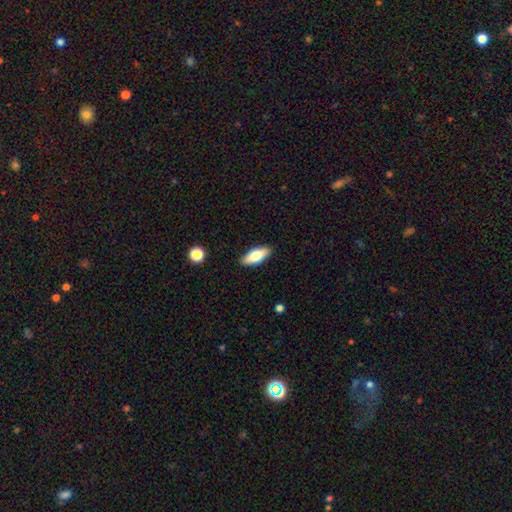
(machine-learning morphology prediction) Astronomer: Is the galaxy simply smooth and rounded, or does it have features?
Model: smooth — 69%.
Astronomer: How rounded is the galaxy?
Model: in between — 77%.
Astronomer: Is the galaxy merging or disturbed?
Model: none — 89%.